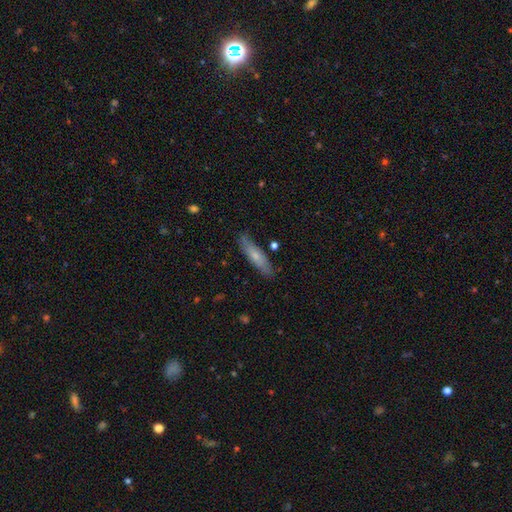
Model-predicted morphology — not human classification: A smooth galaxy with no disk features (66%) that is cigar-shaped (76%). Merging: none (83%).